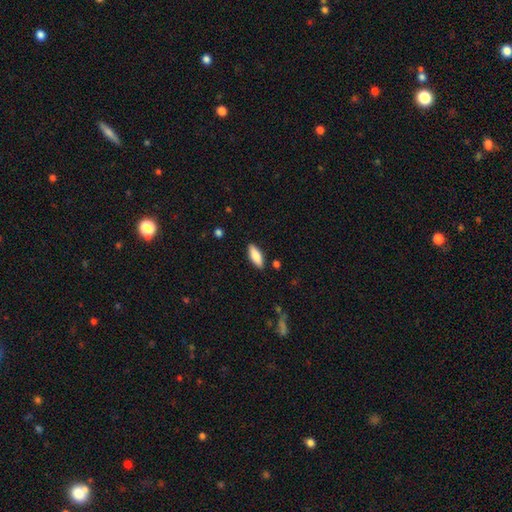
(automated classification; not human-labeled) smooth-or-featured: smooth: 79% | featured or disk: 15% | star or artifact: 6%
  how-rounded: in between: 64% | cigar-shaped: 34% | round: 2%
  merging: none: 87% | minor disturbance: 9% | major disturbance: 2% | merger: 2%